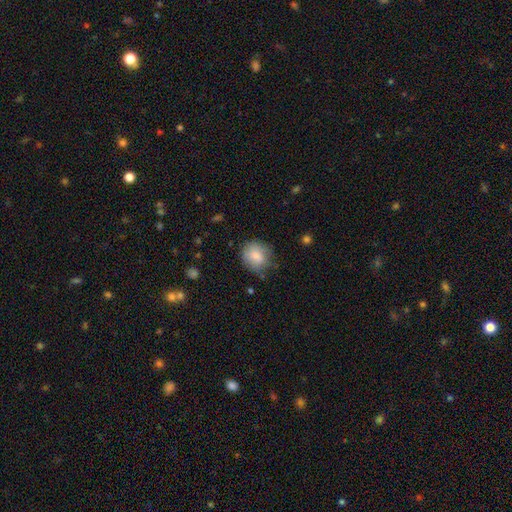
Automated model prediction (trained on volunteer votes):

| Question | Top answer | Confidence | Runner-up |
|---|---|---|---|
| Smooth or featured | smooth | 82% | featured or disk (11%) |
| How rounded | round | 78% | in between (21%) |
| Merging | none | 68% | minor disturbance (24%) |